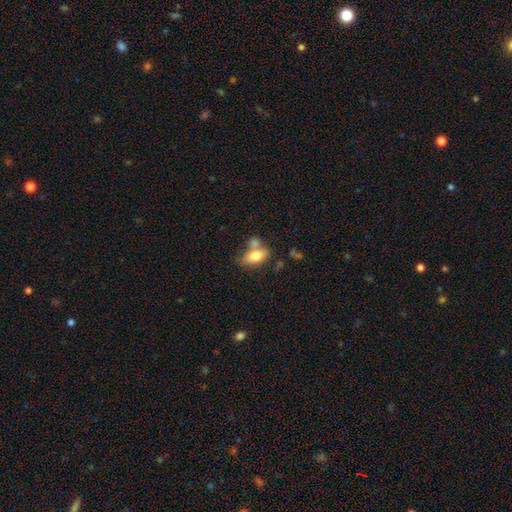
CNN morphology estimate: type=smooth (76%); roundness=in between (87%); merging=none (40%).